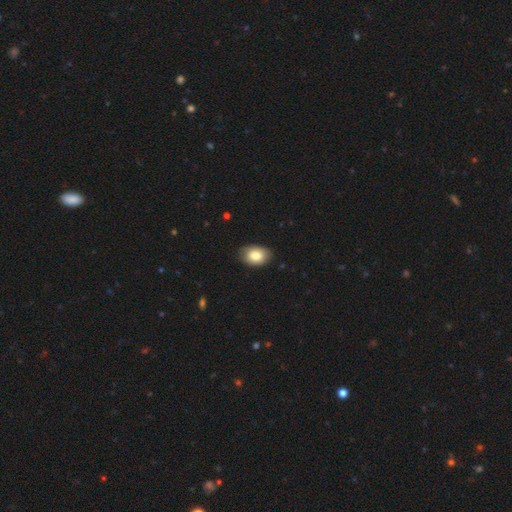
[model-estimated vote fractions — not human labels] Smooth or featured? Predicted: smooth (p=0.81). How rounded? Predicted: in between (p=0.86). Merging? Predicted: none (p=0.80).